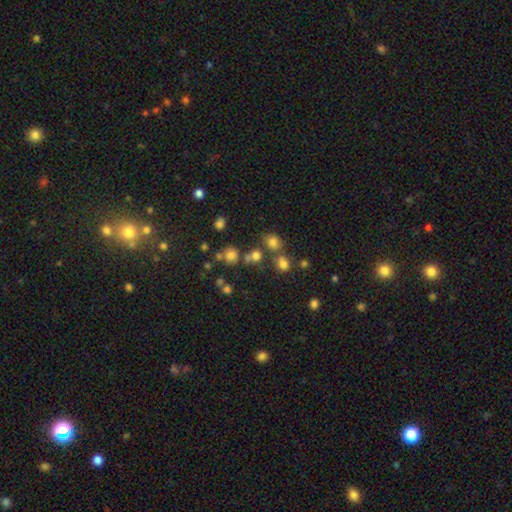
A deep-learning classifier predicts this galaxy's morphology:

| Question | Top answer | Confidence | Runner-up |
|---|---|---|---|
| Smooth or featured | smooth | 67% | star or artifact (25%) |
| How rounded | round | 83% | in between (16%) |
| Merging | none | 66% | merger (20%) |